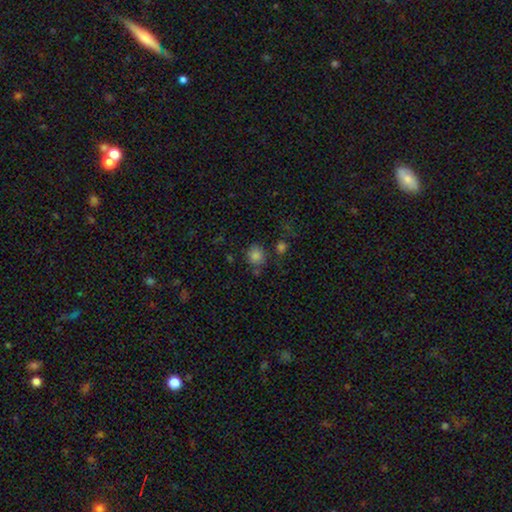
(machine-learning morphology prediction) A smooth galaxy with no disk features (81%) that is round (80%). Merging: none (73%).